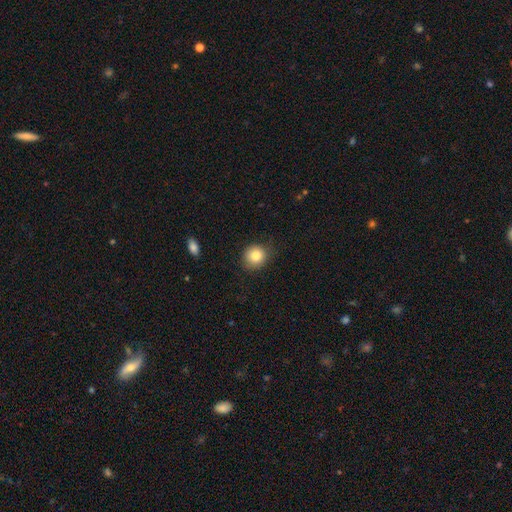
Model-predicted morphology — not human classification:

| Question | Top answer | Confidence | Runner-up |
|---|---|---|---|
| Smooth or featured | smooth | 83% | star or artifact (10%) |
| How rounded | round | 85% | in between (14%) |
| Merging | none | 81% | minor disturbance (14%) |